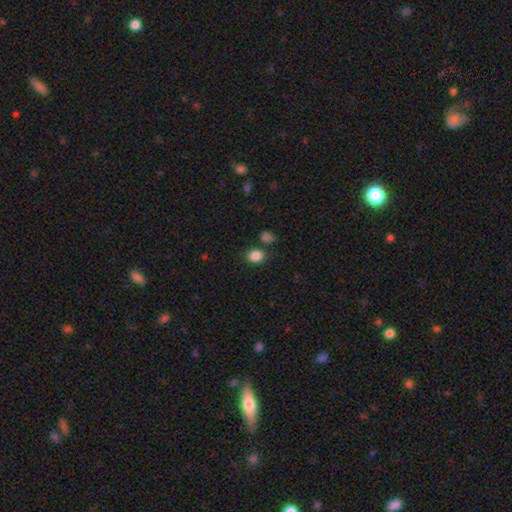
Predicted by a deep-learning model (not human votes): The model was most divided on "how rounded": round: 55%, in between: 44%, cigar-shaped: 1%. More confident: smooth or featured — smooth (85%); merging — none (77%).